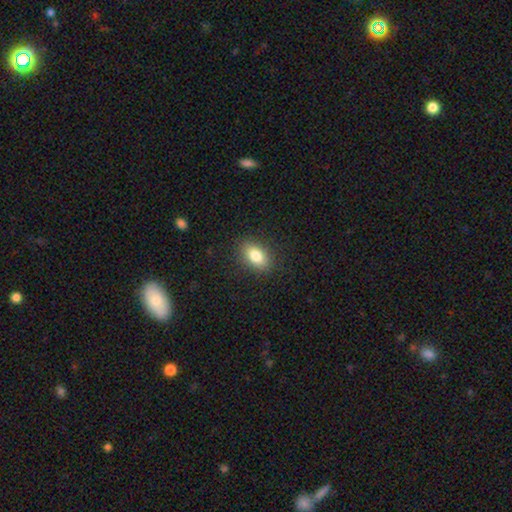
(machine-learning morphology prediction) type=smooth (82%); roundness=in between (86%); merging=none (88%).